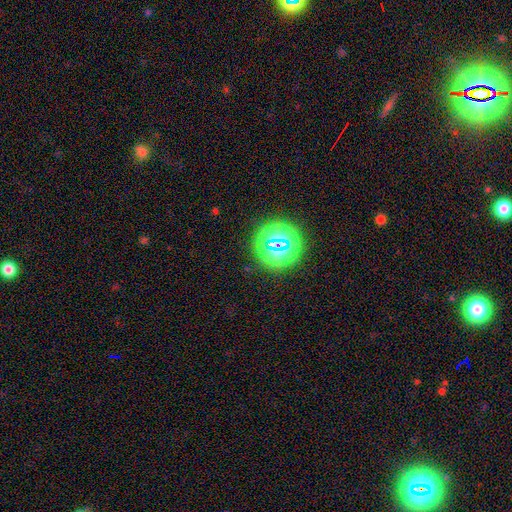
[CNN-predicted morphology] Smooth or featured? Predicted: star or artifact (p=0.75).